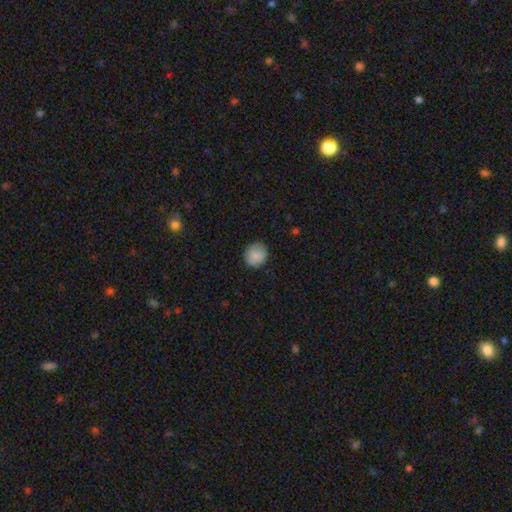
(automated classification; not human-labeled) smooth-or-featured: smooth: 87% | star or artifact: 8% | featured or disk: 5%
  how-rounded: round: 86% | in between: 13% | cigar-shaped: 1%
  merging: none: 86% | minor disturbance: 11% | major disturbance: 3% | merger: 1%